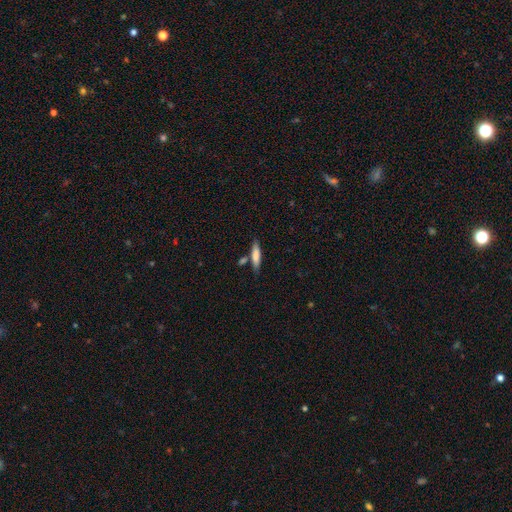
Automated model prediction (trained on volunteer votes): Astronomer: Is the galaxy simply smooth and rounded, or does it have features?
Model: smooth — 76%.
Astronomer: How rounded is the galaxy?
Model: cigar-shaped — 79%.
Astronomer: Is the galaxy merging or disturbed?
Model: none — 74%.